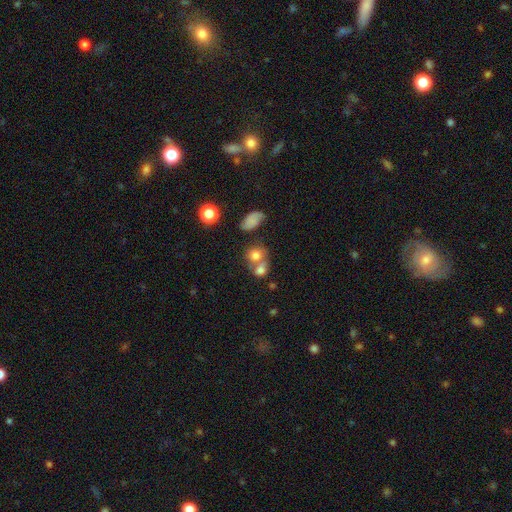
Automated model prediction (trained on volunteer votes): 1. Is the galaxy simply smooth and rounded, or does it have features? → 75% smooth, 14% featured or disk, 12% star or artifact.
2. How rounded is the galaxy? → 62% round, 37% in between, 1% cigar-shaped.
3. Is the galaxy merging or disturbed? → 50% merger, 36% none, 9% minor disturbance, 5% major disturbance.